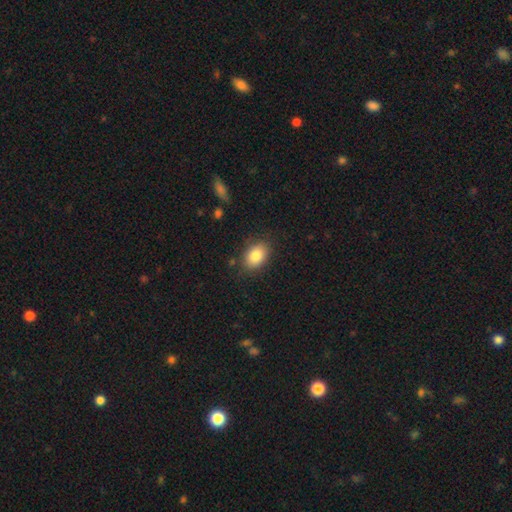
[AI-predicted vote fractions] Overall: smooth (84%). How rounded: in between (78%). Merging: none (84%).